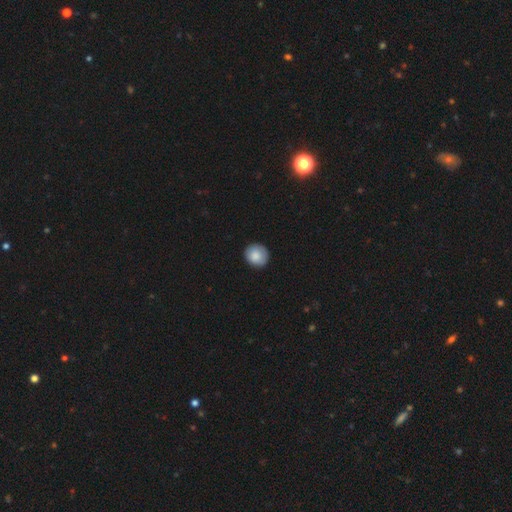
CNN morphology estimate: Q: Smooth or featured?
A: smooth (86%); runner-up: star or artifact (7%)
Q: How rounded?
A: round (87%); runner-up: in between (12%)
Q: Merging?
A: none (86%); runner-up: minor disturbance (11%)